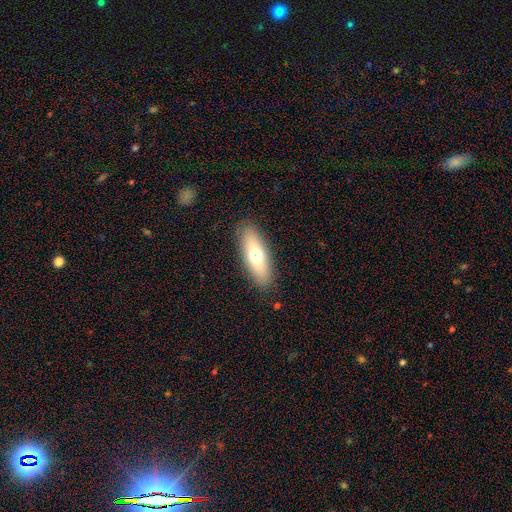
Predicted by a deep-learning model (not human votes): This is likely a smooth galaxy (63%). How rounded: possibly in between (60%). Merging: clearly none (88%).